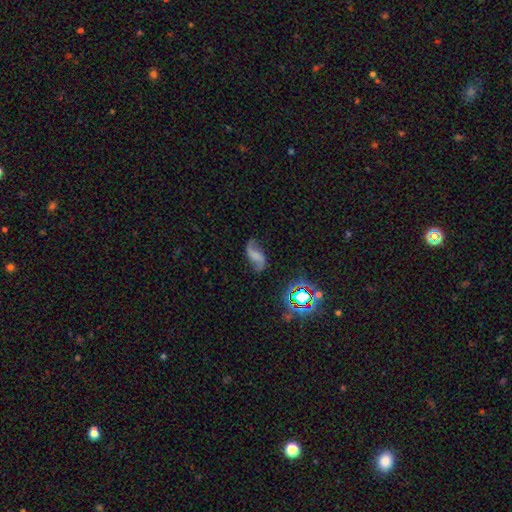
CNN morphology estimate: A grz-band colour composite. It shows a featured or disk galaxy (77%) with no bar (45%), 2 (93%) loose (83%) spiral arms (95%) and no central bulge (67%). Merging: none (75%).